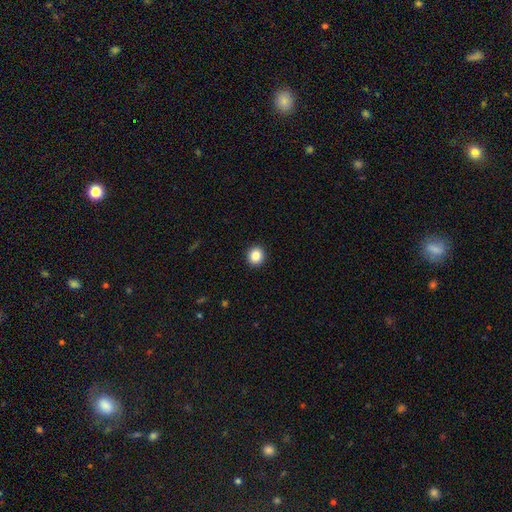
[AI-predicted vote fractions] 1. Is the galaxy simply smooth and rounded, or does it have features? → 85% smooth, 10% star or artifact, 5% featured or disk.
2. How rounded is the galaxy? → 89% round, 10% in between, 1% cigar-shaped.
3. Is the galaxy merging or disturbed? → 93% none, 4% minor disturbance, 1% major disturbance, 1% merger.